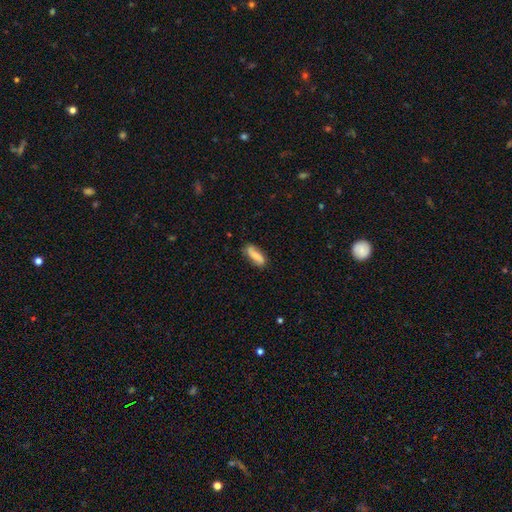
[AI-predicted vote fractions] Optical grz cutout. It shows a smooth galaxy with no disk features (73%) that is in between round and cigar-shaped (60%). Merging: none (72%).